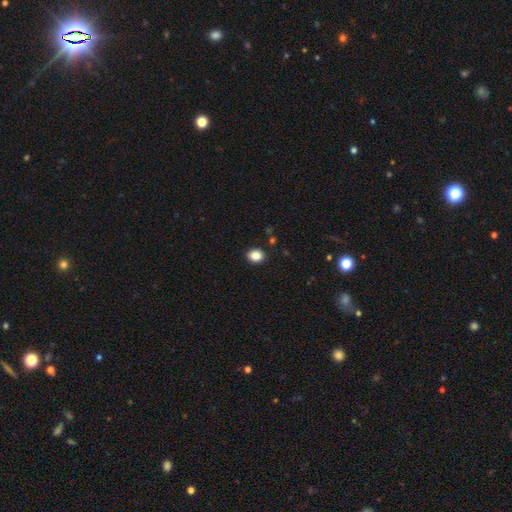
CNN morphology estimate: This appears to be a smooth galaxy with no disk features (86%) that is round (57%). Merging: none (90%).